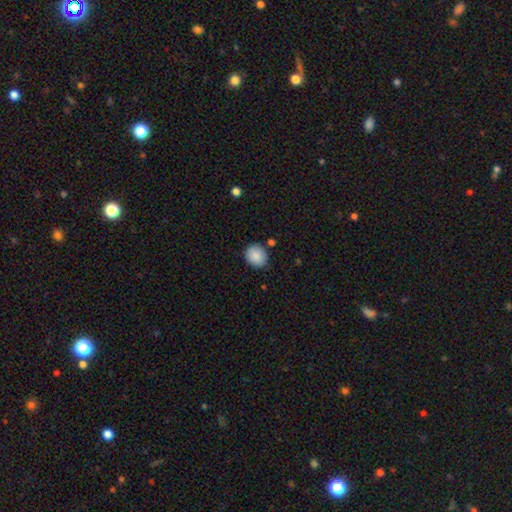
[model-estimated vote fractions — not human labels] This is clearly a smooth galaxy (88%). How rounded: likely round (71%). Merging: clearly none (82%).